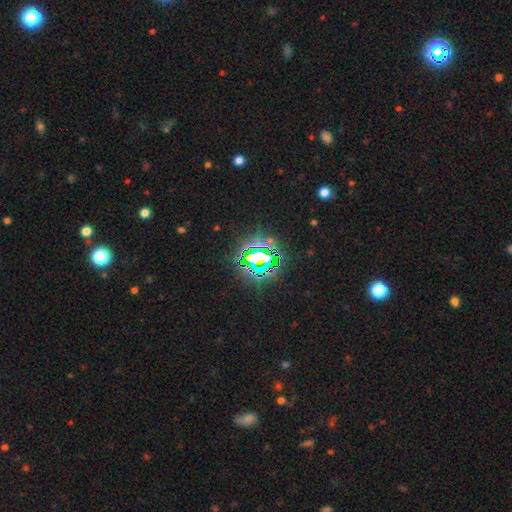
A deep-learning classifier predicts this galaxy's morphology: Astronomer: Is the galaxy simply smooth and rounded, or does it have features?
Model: star or artifact — 79%.